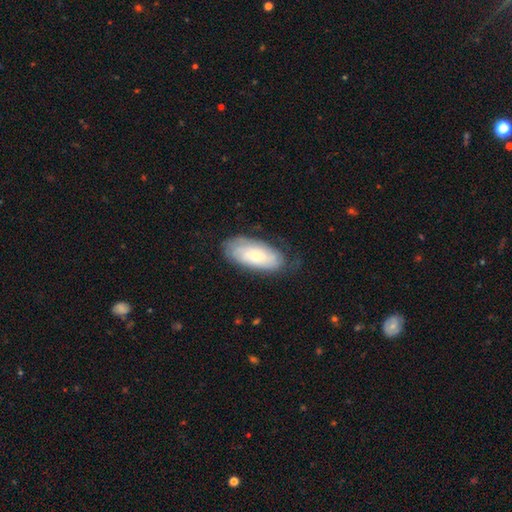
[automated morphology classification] A smooth galaxy with no disk features (54%) that is in between round and cigar-shaped (88%). Merging: none (69%).